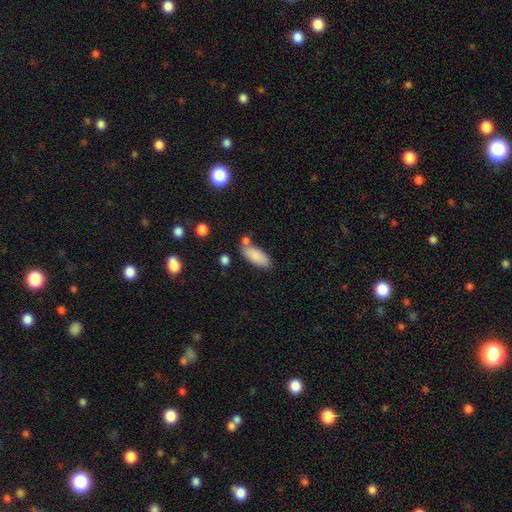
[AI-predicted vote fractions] smooth_or_featured: smooth (p=0.86) [alt: star or artifact p=0.07]
how_rounded: in between (p=0.82) [alt: cigar-shaped p=0.16]
merging: none (p=0.64) [alt: minor disturbance p=0.17]